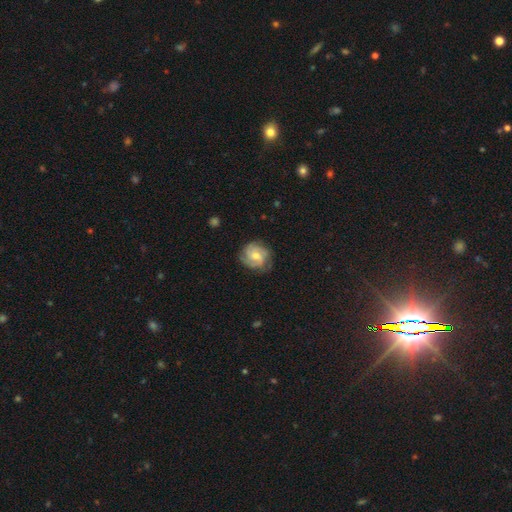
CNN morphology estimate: Smooth or featured? featured or disk (70%)
Edge-on disk? no (98%)
Bar? no (48%)
Spiral arms? yes (93%)
Spiral winding? tight (52%)
Spiral arm count? 3 (34%)
Bulge size? moderate (53%)
Merging? none (75%)